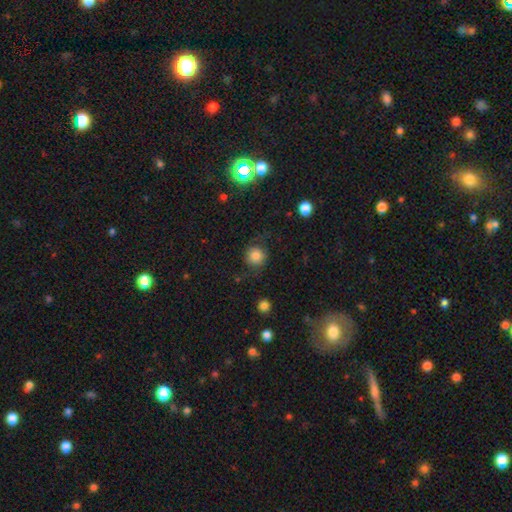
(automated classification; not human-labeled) Morphology: type=smooth (79%); roundness=round (89%); merging=none (72%).